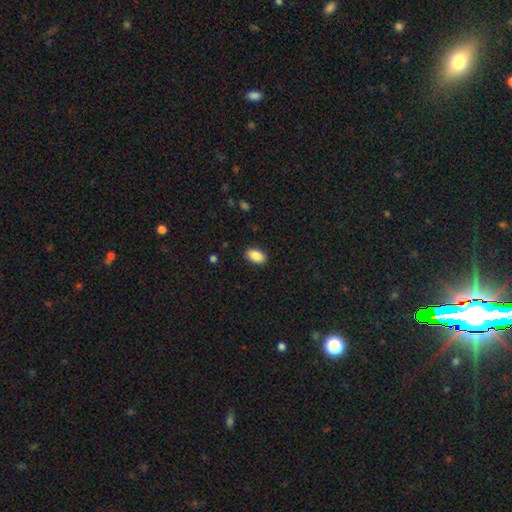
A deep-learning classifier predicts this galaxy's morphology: The model was most divided on "merging": none: 89%, minor disturbance: 8%, major disturbance: 2%, merger: 1%. More confident: how rounded — in between (93%); smooth or featured — smooth (89%).